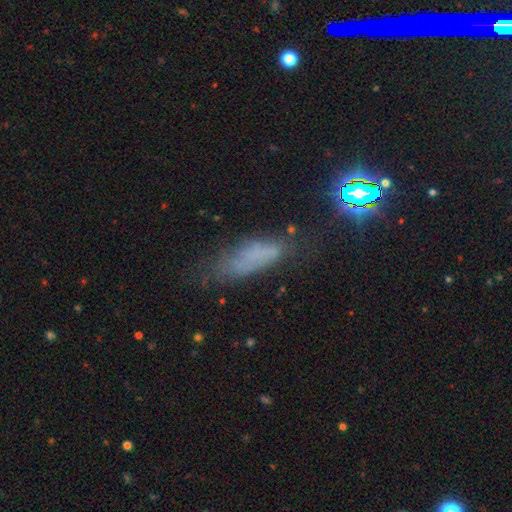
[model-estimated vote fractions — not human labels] smooth 57%, star or artifact 22%, featured or disk 21%. Down the decision tree: how rounded — in between (50%); merging — none (49%).